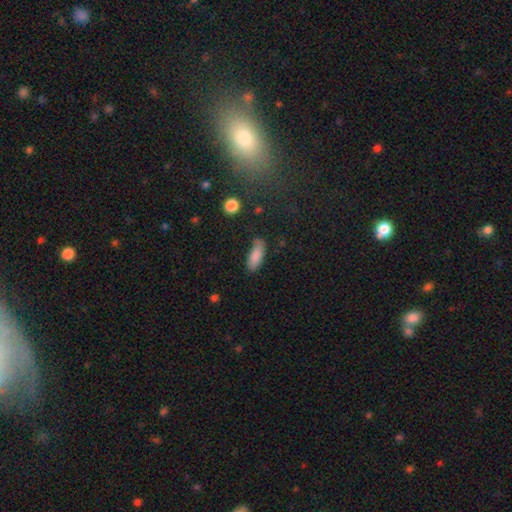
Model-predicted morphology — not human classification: Overall: smooth (86%). How rounded: in between (74%). Merging: none (69%).